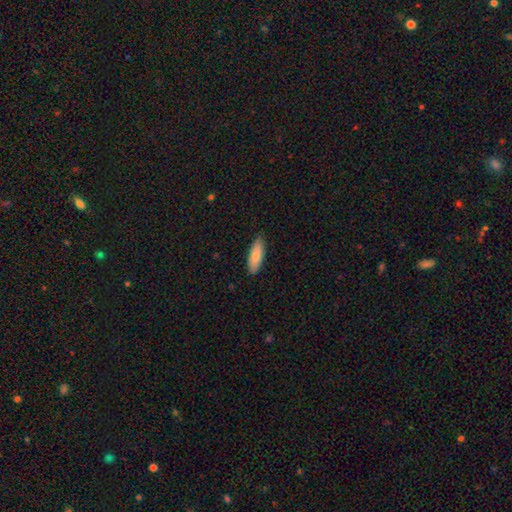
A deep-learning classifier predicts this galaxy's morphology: Overall: smooth (83%). How rounded: in between (62%; cigar-shaped 36%). Merging: none (86%).